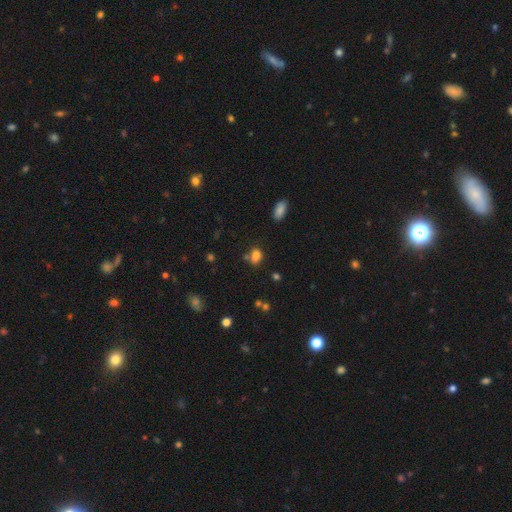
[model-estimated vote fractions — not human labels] smooth_or_featured: smooth (p=0.80) [alt: star or artifact p=0.13]
how_rounded: in between (p=0.79) [alt: round p=0.19]
merging: none (p=0.58) [alt: merger p=0.18]